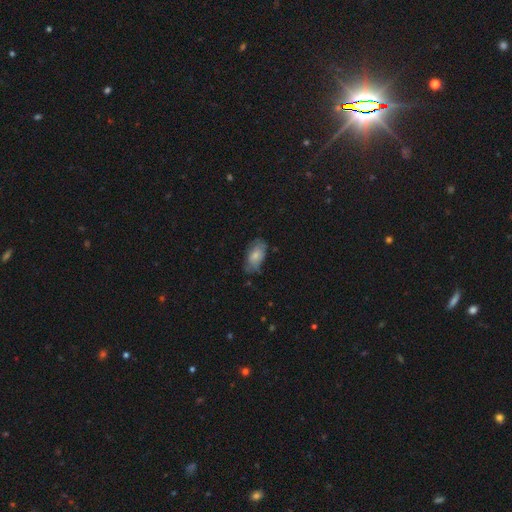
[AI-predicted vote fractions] The model was most divided on "merging": none: 62%, minor disturbance: 27%, major disturbance: 9%, merger: 2%. More confident: how rounded — in between (92%); smooth or featured — smooth (72%).